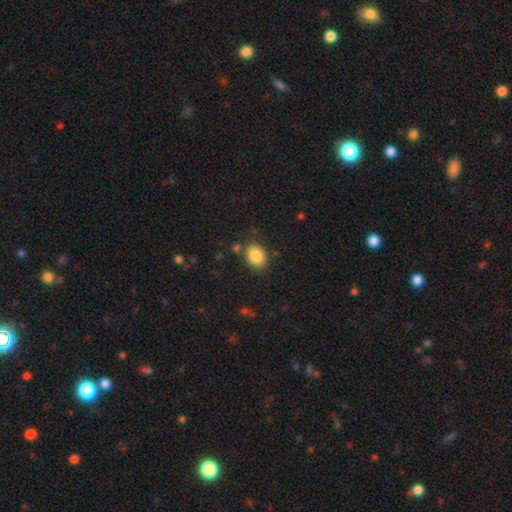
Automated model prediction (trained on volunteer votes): Q: Smooth or featured?
A: smooth (86%); runner-up: star or artifact (8%)
Q: How rounded?
A: in between (68%); runner-up: round (31%)
Q: Merging?
A: none (81%); runner-up: minor disturbance (12%)